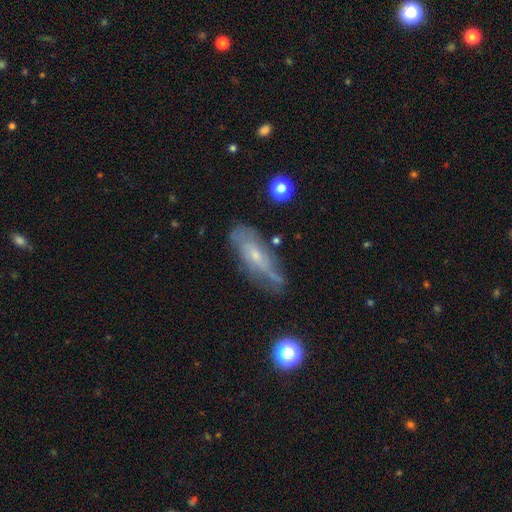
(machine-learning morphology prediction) This is likely a featured or disk galaxy (62%). It is likely not viewed edge-on (75%). Merging: possibly none (57%).